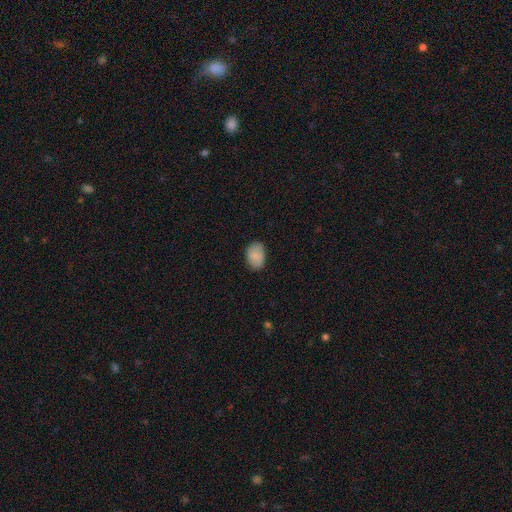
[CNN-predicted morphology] Smooth or featured?
  - smooth: 85% *
  - featured or disk: 8%
  - star or artifact: 7%
How rounded?
  - in between: 83% *
  - round: 16%
  - cigar-shaped: 1%
Merging?
  - none: 80% *
  - minor disturbance: 16%
  - major disturbance: 3%
  - merger: 1%